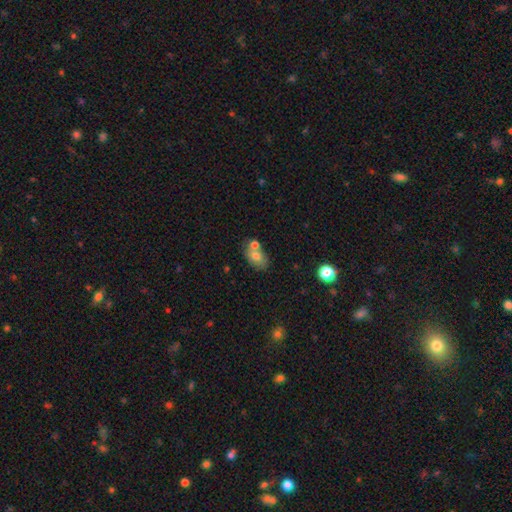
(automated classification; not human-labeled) Smooth or featured?
  - smooth: 72% *
  - featured or disk: 19%
  - star or artifact: 9%
How rounded?
  - in between: 82% *
  - round: 17%
  - cigar-shaped: 2%
Merging?
  - none: 49% *
  - merger: 32%
  - minor disturbance: 14%
  - major disturbance: 4%